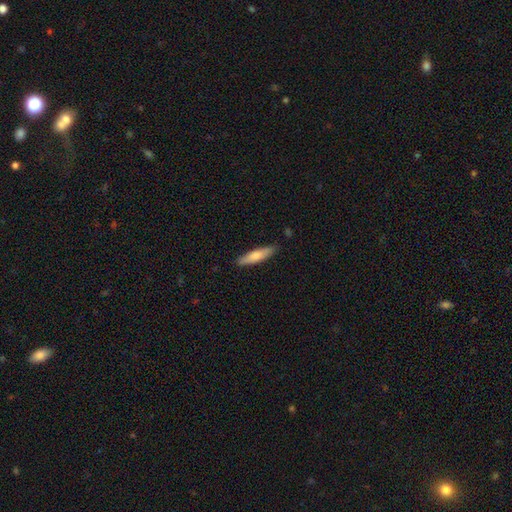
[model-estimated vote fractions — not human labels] smooth 74%, featured or disk 20%, star or artifact 5%. Down the decision tree: how rounded — cigar-shaped (76%); merging — none (85%).